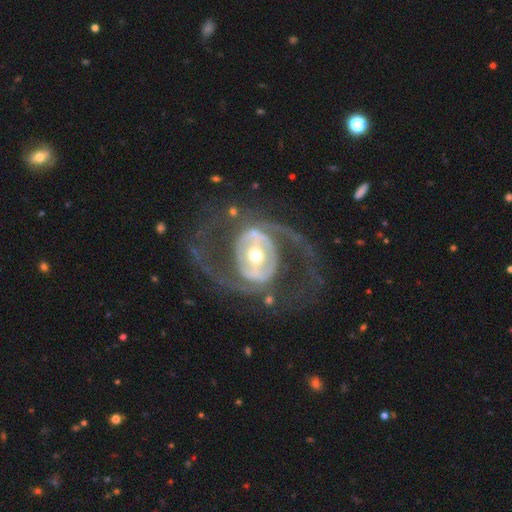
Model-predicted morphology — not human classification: The model was most divided on "bar": strong: 40%, weak: 33%, no: 27%. Remaining: edge-on disk — no (96%); smooth or featured — featured or disk (88%); spiral arm count — 2 (88%); spiral arms — yes (84%); merging — none (65%); bulge size — moderate (61%); spiral winding — medium (50%).